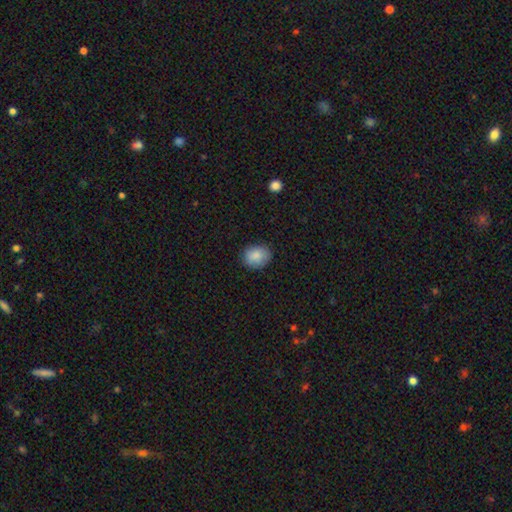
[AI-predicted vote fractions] This appears to be a smooth galaxy with no disk features (87%) that is in between round and cigar-shaped (50%). Merging: none (83%).